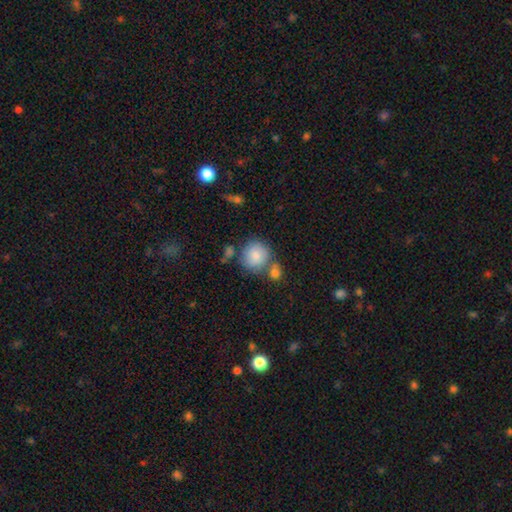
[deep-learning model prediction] A smooth galaxy with no disk features (83%) that is round (86%).

Vote fractions:
- Smooth or featured? smooth: 83% / featured or disk: 10% / star or artifact: 7%
- How rounded? round: 86% / in between: 13% / cigar-shaped: 1%
- Merging? none: 56% / merger: 23% / minor disturbance: 15% / major disturbance: 6%